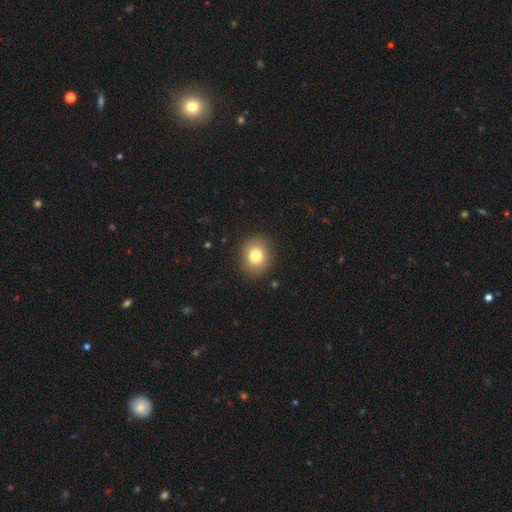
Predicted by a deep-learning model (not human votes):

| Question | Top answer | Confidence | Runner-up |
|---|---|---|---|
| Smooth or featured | smooth | 80% | star or artifact (10%) |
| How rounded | round | 73% | in between (26%) |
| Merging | none | 89% | minor disturbance (7%) |